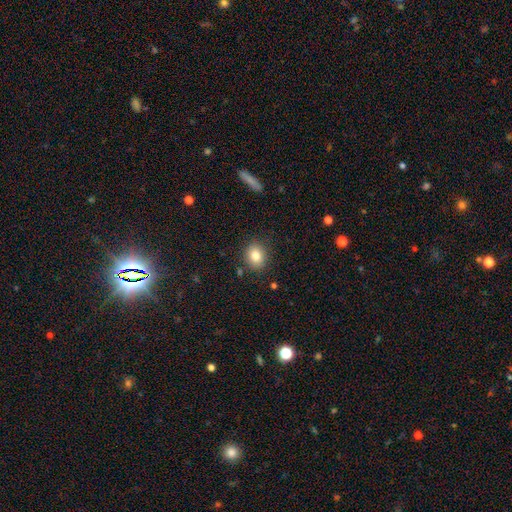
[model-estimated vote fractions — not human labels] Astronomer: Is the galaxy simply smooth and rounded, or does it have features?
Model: smooth — 82%.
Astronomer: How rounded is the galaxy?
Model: round — 60% (runner-up: in between, 39%).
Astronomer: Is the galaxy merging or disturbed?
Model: none — 86%.